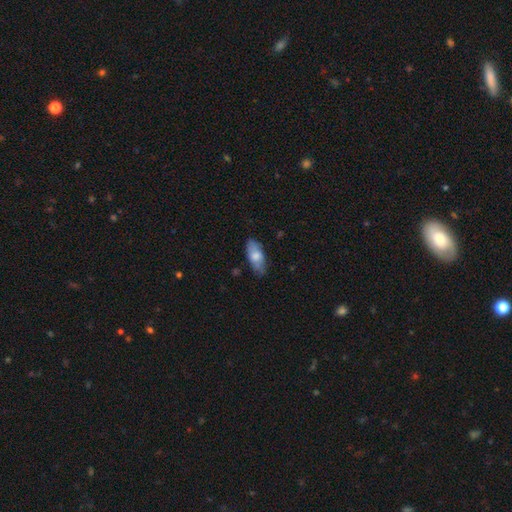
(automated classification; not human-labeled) smooth_or_featured: smooth (p=0.72) [alt: featured or disk p=0.22]
how_rounded: in between (p=0.84) [alt: cigar-shaped p=0.14]
merging: none (p=0.76) [alt: minor disturbance p=0.19]